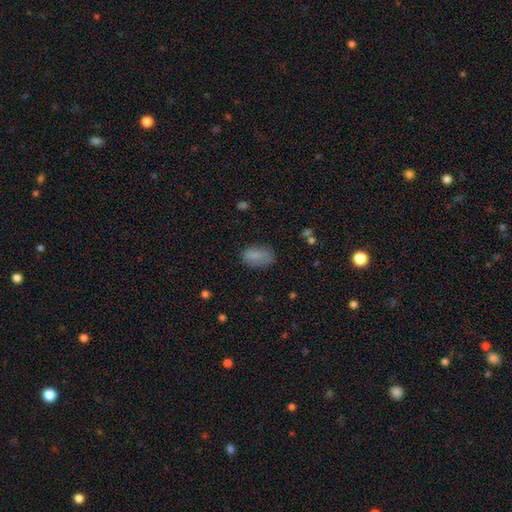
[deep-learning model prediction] smooth-or-featured: smooth: 82% | featured or disk: 10% | star or artifact: 9%
  how-rounded: in between: 90% | round: 7% | cigar-shaped: 3%
  merging: none: 70% | minor disturbance: 21% | major disturbance: 7% | merger: 2%